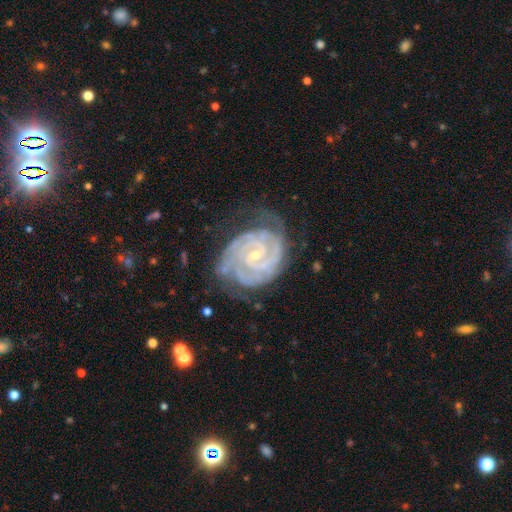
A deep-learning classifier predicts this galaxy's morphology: A featured or disk galaxy (92%) with no bar (44%), 2 (38%) tight (81%) spiral arms (98%) and a small central bulge (78%).

Vote fractions:
- Smooth or featured? featured or disk: 92% / star or artifact: 5% / smooth: 3%
- Edge-on disk? no: 98% / yes: 2%
- Bar? no: 44% / weak: 39% / strong: 16%
- Spiral arms? yes: 98% / no: 2%
- Spiral winding? tight: 81% / medium: 17% / loose: 2%
- Spiral arm count? 2: 38% / 3: 23% / can't tell: 14% / 4: 13% / more than 4: 6% / 1: 5%
- Bulge size? small: 78% / moderate: 18% / none: 2% / large: 1% / dominant: 1%
- Merging? none: 66% / minor disturbance: 24% / major disturbance: 9% / merger: 2%